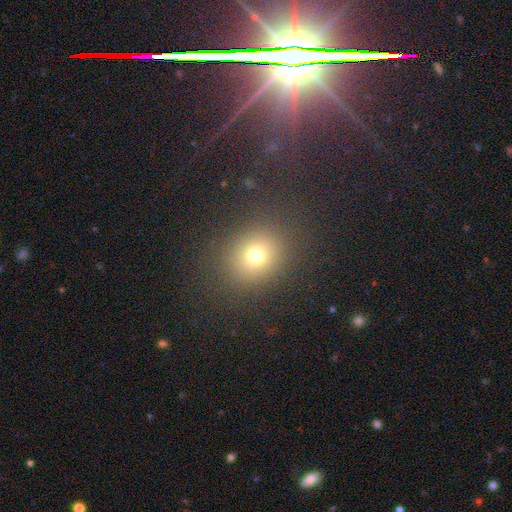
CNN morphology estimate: This appears to be a smooth galaxy with no disk features (73%) that is round (69%). Merging: none (84%).